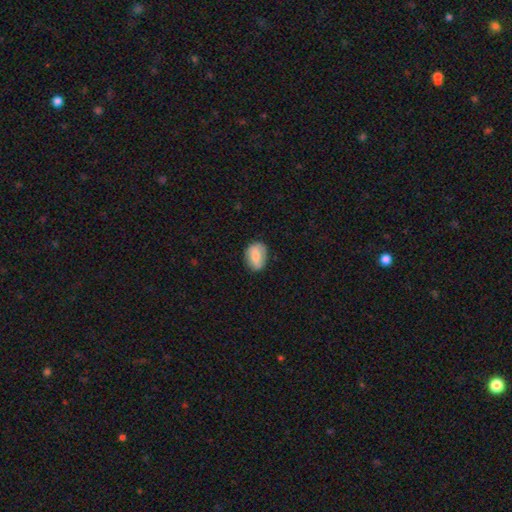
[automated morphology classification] Overall: smooth (71%). How rounded: in between (77%). Merging: none (77%).